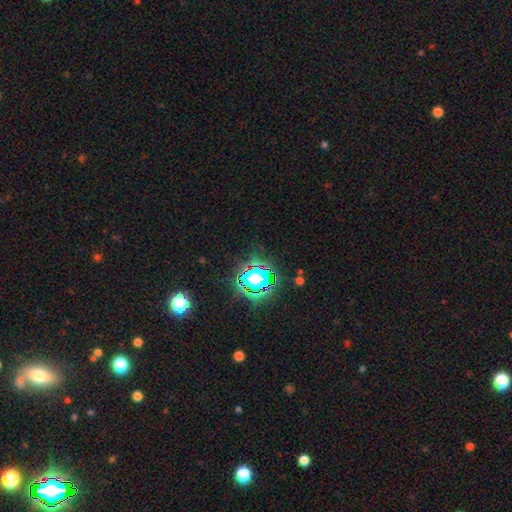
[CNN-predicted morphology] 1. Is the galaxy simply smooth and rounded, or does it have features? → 78% star or artifact, 14% smooth, 8% featured or disk.